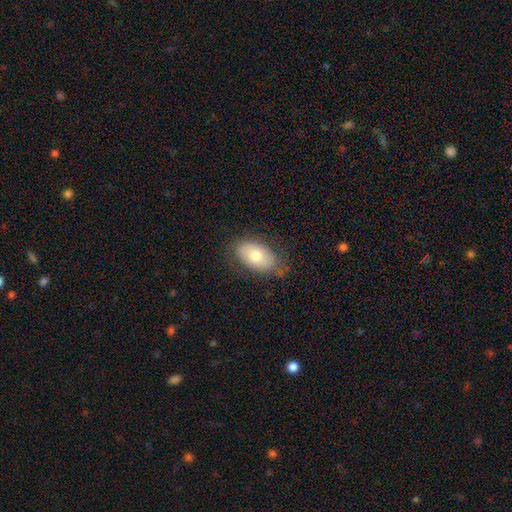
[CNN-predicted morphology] A smooth galaxy with no disk features (71%) that is in between round and cigar-shaped (92%).

Vote fractions:
- Smooth or featured? smooth: 71% / featured or disk: 21% / star or artifact: 7%
- How rounded? in between: 92% / round: 6% / cigar-shaped: 2%
- Merging? none: 74% / minor disturbance: 20% / major disturbance: 5% / merger: 1%